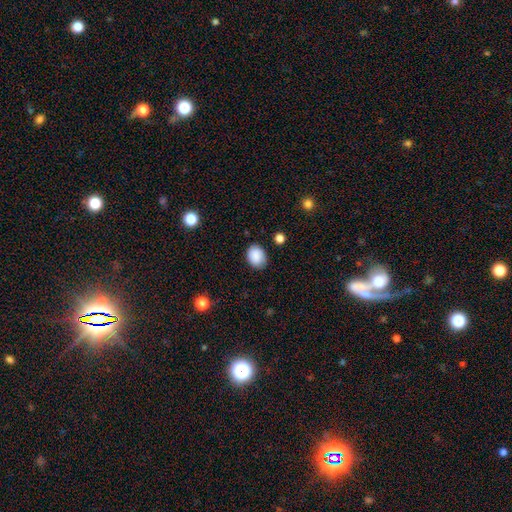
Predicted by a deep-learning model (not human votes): Overall: smooth (89%). How rounded: in between (57%; round 42%). Merging: none (82%).